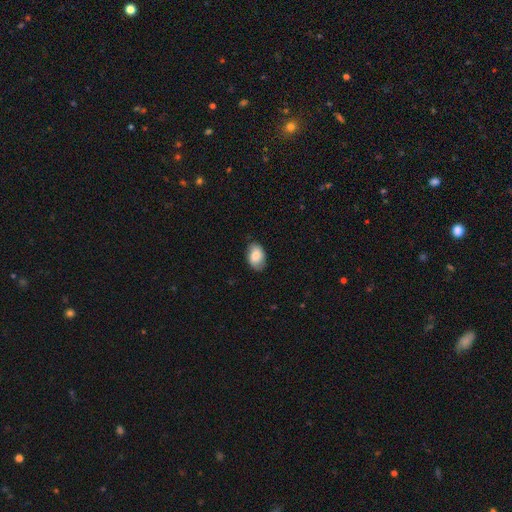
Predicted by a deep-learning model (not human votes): This is clearly a smooth galaxy (81%). How rounded: clearly in between (88%). Merging: likely none (79%).